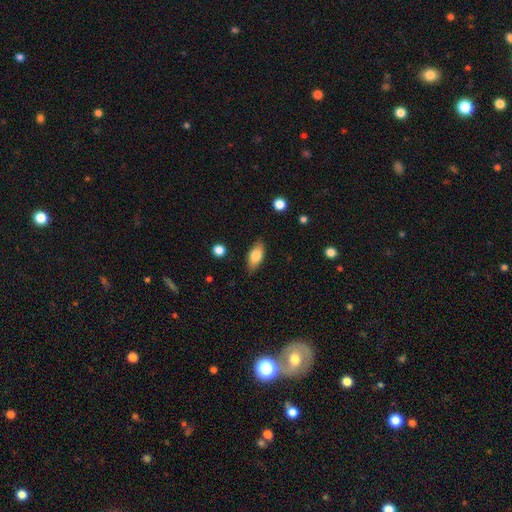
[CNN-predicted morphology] A smooth galaxy with no disk features (76%) that is in between round and cigar-shaped (84%). Merging: none (84%).